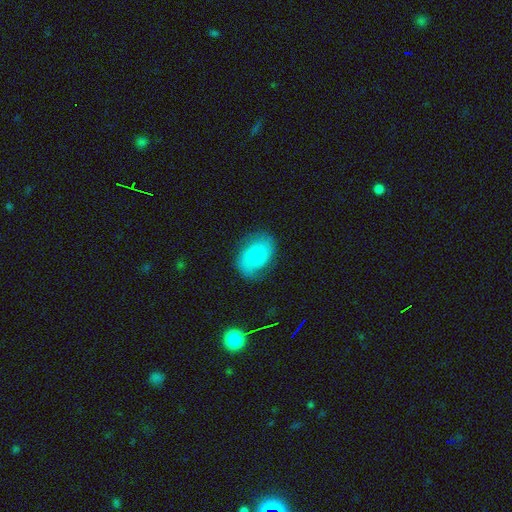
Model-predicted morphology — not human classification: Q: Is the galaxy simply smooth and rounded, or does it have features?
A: smooth — 54%.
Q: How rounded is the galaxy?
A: in between — 80%.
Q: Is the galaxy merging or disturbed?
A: none — 73%.